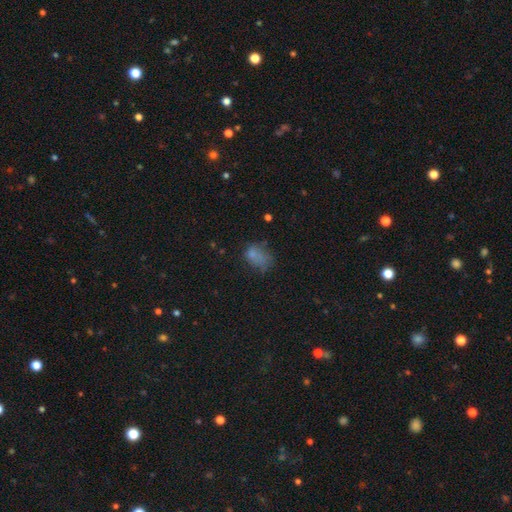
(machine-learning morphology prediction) Smooth or featured? Predicted: smooth (p=0.68). How rounded? Predicted: in between (p=0.76). Merging? Predicted: none (p=0.36).